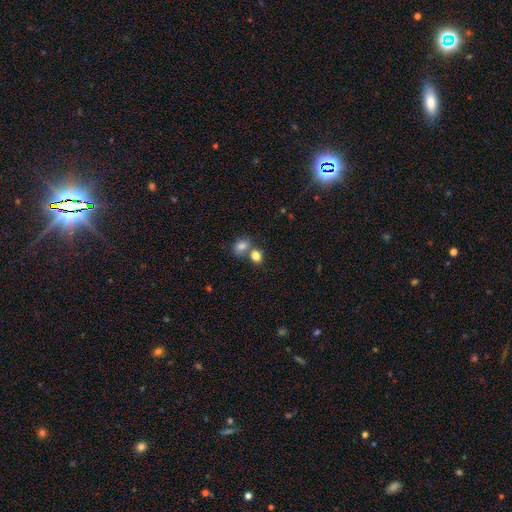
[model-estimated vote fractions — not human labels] Smooth or featured? Predicted: smooth (p=0.81). How rounded? Predicted: round (p=0.51). Merging? Predicted: merger (p=0.44).